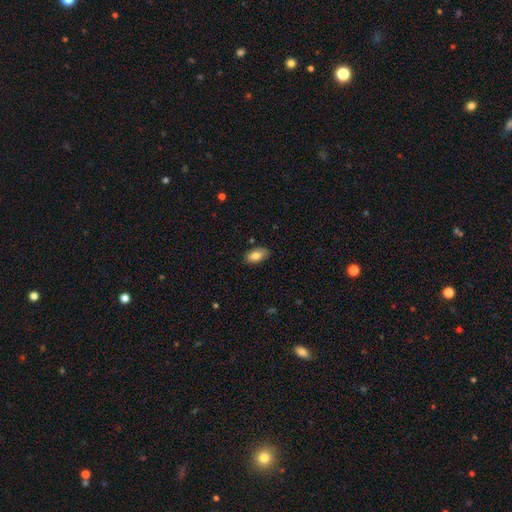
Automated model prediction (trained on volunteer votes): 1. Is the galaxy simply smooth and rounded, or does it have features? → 81% smooth, 12% featured or disk, 7% star or artifact.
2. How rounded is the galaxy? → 92% in between, 4% cigar-shaped, 4% round.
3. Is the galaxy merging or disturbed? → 86% none, 11% minor disturbance, 2% major disturbance, 1% merger.